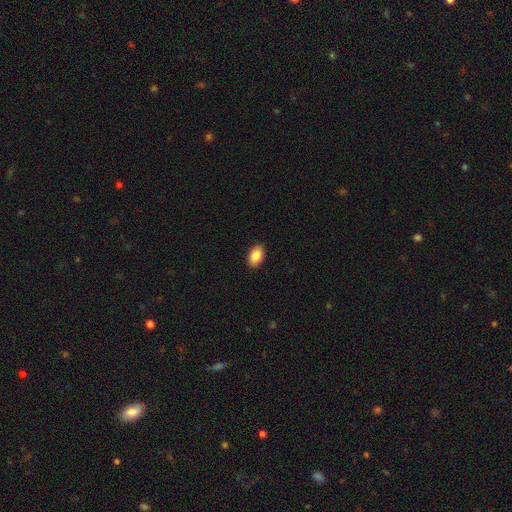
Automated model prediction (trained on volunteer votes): smooth_or_featured: smooth (p=0.87) [alt: star or artifact p=0.07]
how_rounded: in between (p=0.92) [alt: round p=0.06]
merging: none (p=0.90) [alt: minor disturbance p=0.08]